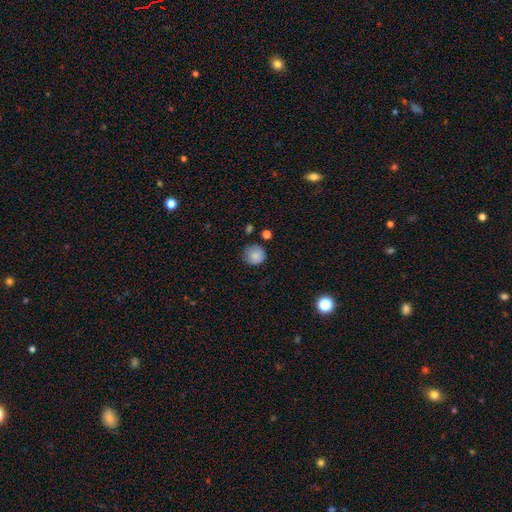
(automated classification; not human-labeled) Overall: smooth (85%). How rounded: round (91%). Merging: none (71%).